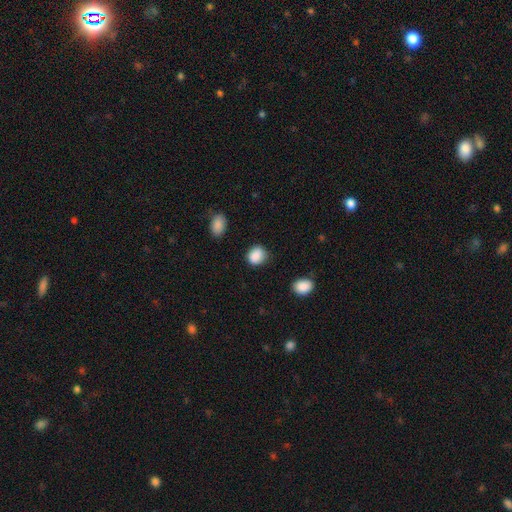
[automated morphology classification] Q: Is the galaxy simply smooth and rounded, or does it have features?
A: smooth — 88%.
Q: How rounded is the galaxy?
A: round — 59%.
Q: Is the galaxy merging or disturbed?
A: none — 77%.